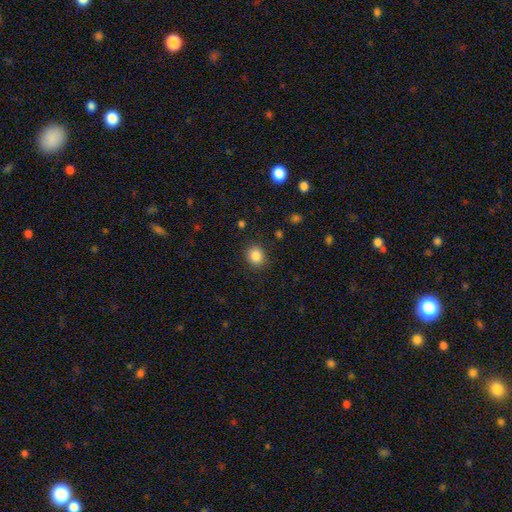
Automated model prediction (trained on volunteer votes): Q: Smooth or featured?
A: smooth (86%); runner-up: star or artifact (10%)
Q: How rounded?
A: round (76%); runner-up: in between (23%)
Q: Merging?
A: none (88%); runner-up: minor disturbance (8%)